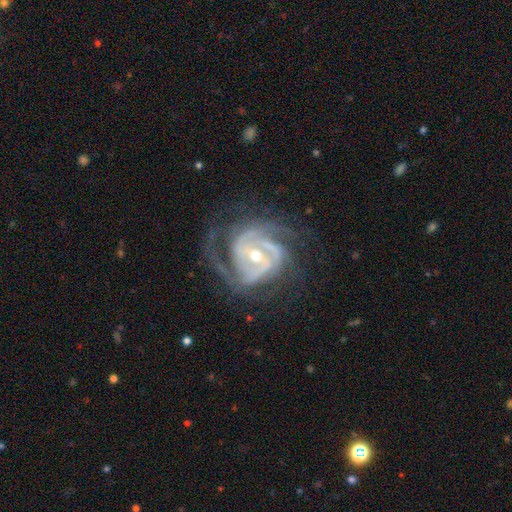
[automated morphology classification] Smooth or featured? Predicted: featured or disk (p=0.91). Edge-on disk? Predicted: no (p=0.97). Bar? Predicted: weak (p=0.39). Spiral arms? Predicted: yes (p=0.98). Spiral winding? Predicted: tight (p=0.58). Spiral arm count? Predicted: 3 (p=0.35). Bulge size? Predicted: moderate (p=0.53). Merging? Predicted: none (p=0.65).